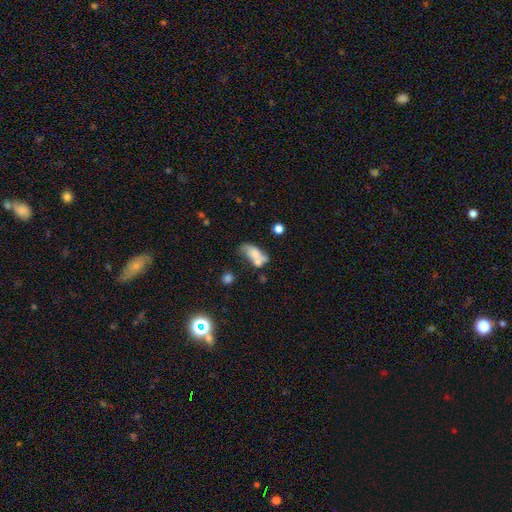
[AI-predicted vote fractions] This is likely a smooth galaxy (60%). How rounded: clearly in between (84%). Merging: marginally merger (36%).